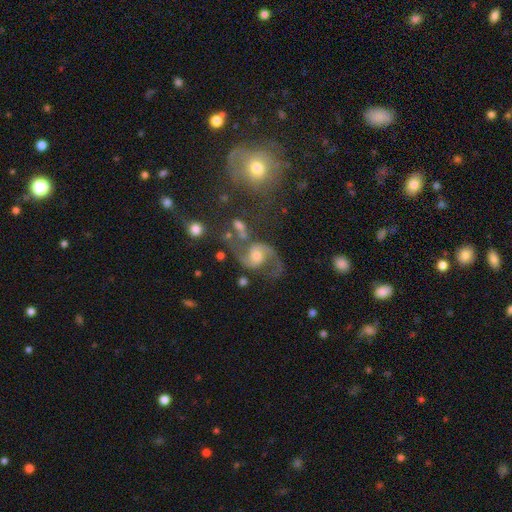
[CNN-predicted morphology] Smooth or featured? Predicted: featured or disk (p=0.87). Edge-on disk? Predicted: no (p=0.98). Bar? Predicted: no (p=0.55). Spiral arms? Predicted: yes (p=0.97). Spiral winding? Predicted: loose (p=0.50). Spiral arm count? Predicted: 2 (p=0.93). Bulge size? Predicted: moderate (p=0.54). Merging? Predicted: none (p=0.57).